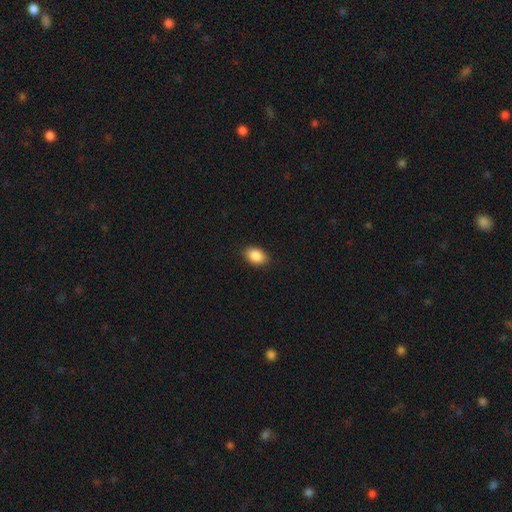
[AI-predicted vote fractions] This appears to be a smooth galaxy with no disk features (89%) that is in between round and cigar-shaped (86%). Merging: none (87%).